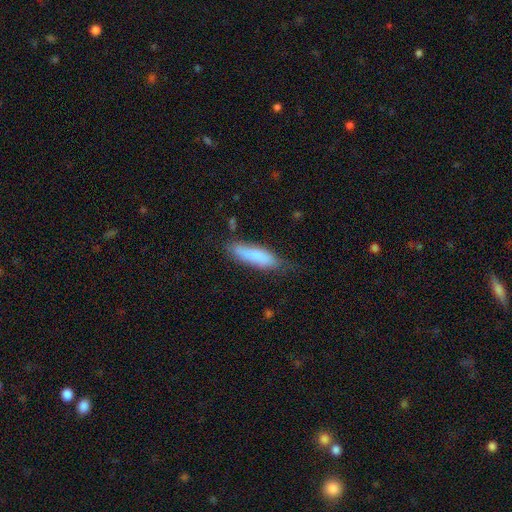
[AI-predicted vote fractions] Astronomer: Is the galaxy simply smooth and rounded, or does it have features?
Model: smooth — 80%.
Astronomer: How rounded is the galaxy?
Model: cigar-shaped — 62%.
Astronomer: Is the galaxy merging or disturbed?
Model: none — 65%.